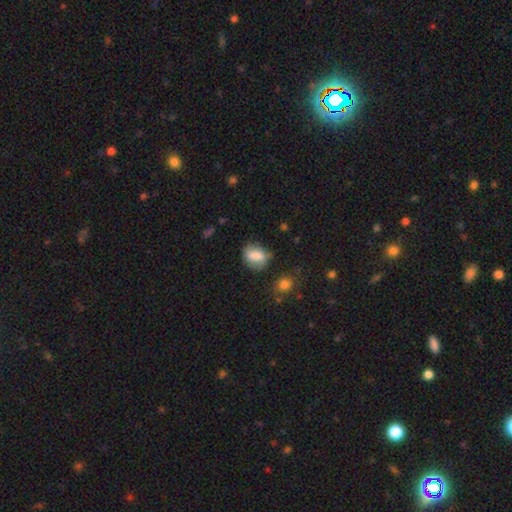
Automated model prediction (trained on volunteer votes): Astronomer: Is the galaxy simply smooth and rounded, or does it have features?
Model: smooth — 72%.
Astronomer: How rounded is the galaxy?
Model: in between — 57% (runner-up: round, 41%).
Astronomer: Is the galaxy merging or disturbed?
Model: none — 59%.